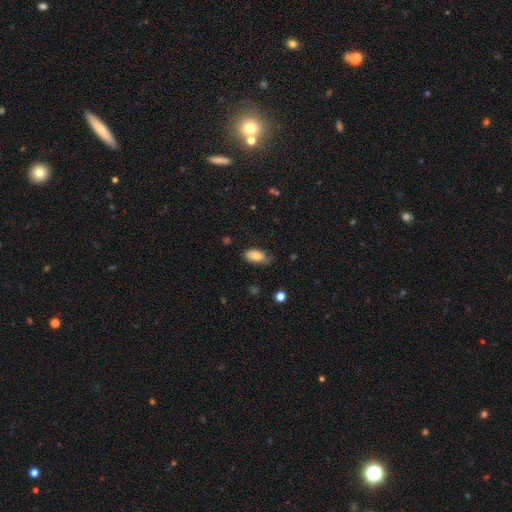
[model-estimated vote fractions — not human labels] Q: Smooth or featured?
A: smooth (85%); runner-up: star or artifact (8%)
Q: How rounded?
A: in between (91%); runner-up: cigar-shaped (5%)
Q: Merging?
A: none (60%); runner-up: minor disturbance (32%)